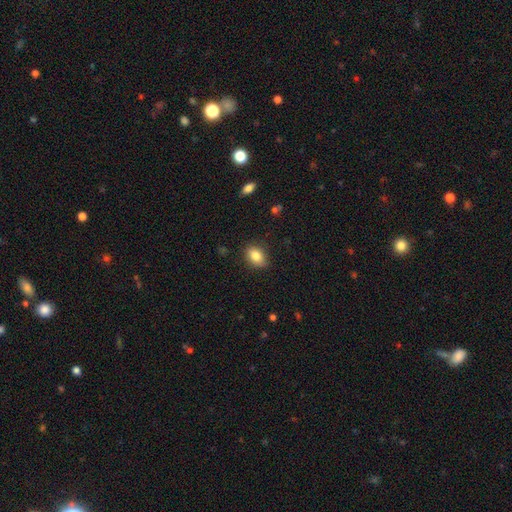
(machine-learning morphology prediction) Smooth or featured: smooth — 84% (star or artifact — 8%)
How rounded: in between — 80% (round — 18%)
Merging: none — 82% (minor disturbance — 14%)